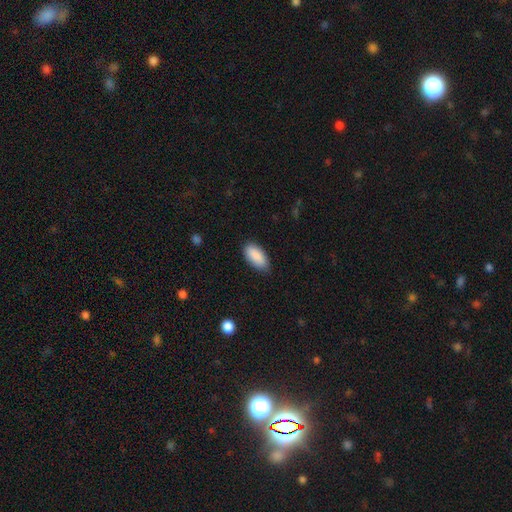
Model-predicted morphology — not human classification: Smooth or featured: smooth — 90% (star or artifact — 6%)
How rounded: in between — 92% (cigar-shaped — 6%)
Merging: none — 81% (minor disturbance — 15%)